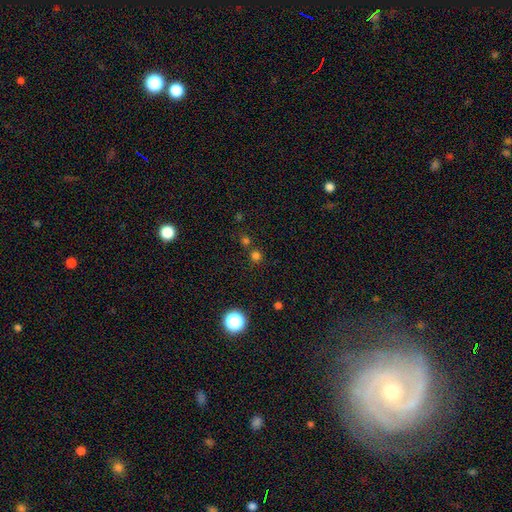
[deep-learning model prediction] Q: Smooth or featured?
A: smooth (67%); runner-up: star or artifact (28%)
Q: How rounded?
A: round (92%); runner-up: in between (7%)
Q: Merging?
A: none (73%); runner-up: merger (16%)